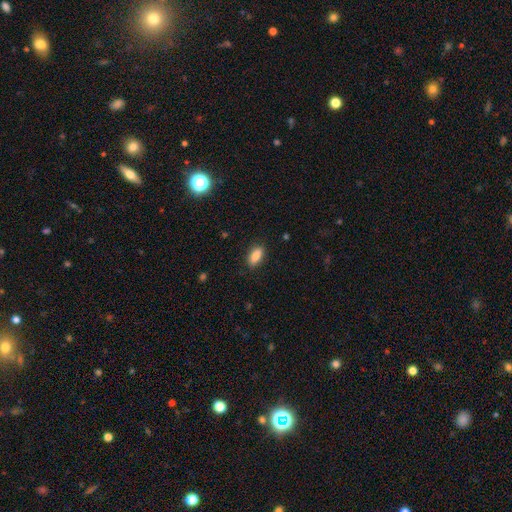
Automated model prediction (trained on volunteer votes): This is clearly a smooth galaxy (84%). How rounded: clearly in between (84%). Merging: clearly none (86%).